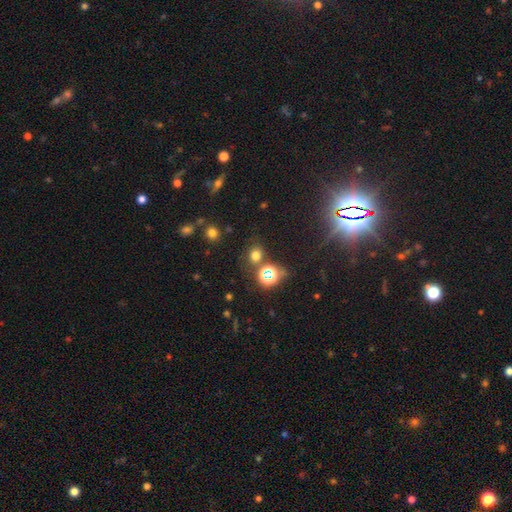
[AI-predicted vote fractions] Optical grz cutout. It shows a smooth galaxy with no disk features (62%) that is round (69%). Merging: none (76%).